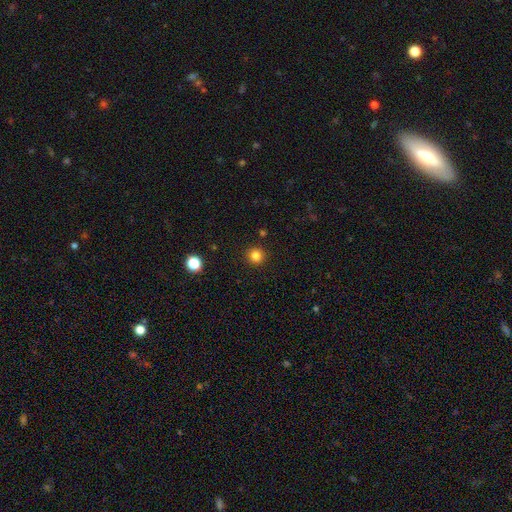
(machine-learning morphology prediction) Smooth or featured? Predicted: smooth (p=0.83). How rounded? Predicted: round (p=0.95). Merging? Predicted: none (p=0.92).